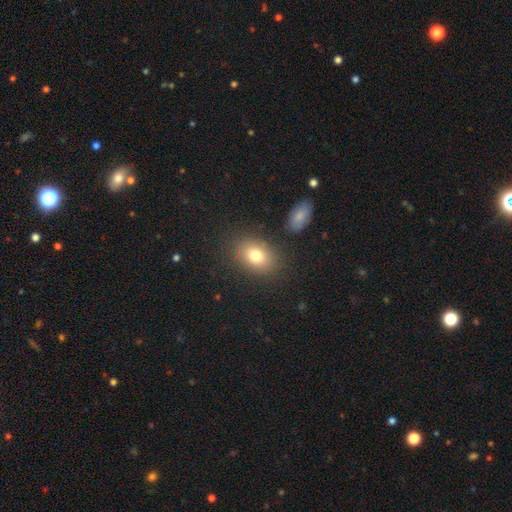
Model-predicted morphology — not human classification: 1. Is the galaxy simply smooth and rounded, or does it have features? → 79% smooth, 11% featured or disk, 10% star or artifact.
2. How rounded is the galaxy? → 69% in between, 30% round, 1% cigar-shaped.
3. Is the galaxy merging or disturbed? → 82% none, 10% minor disturbance, 4% major disturbance, 3% merger.